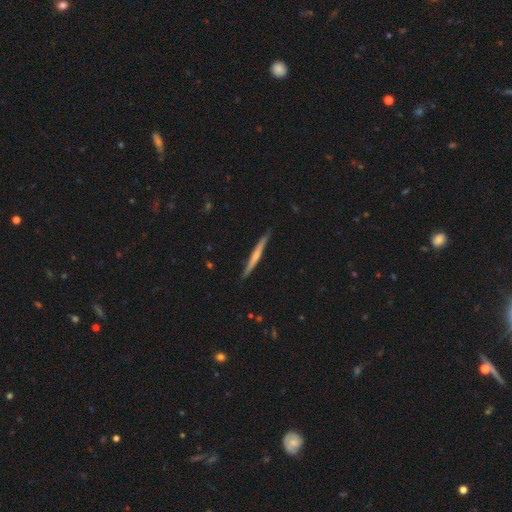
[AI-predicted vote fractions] Smooth or featured?
  - featured or disk: 57% *
  - smooth: 37%
  - star or artifact: 5%
Edge-on disk?
  - yes: 97% *
  - no: 3%
Edge-on bulge?
  - rounded: 49% *
  - none: 43%
  - boxy: 8%
Merging?
  - none: 89% *
  - minor disturbance: 8%
  - major disturbance: 1%
  - merger: 1%